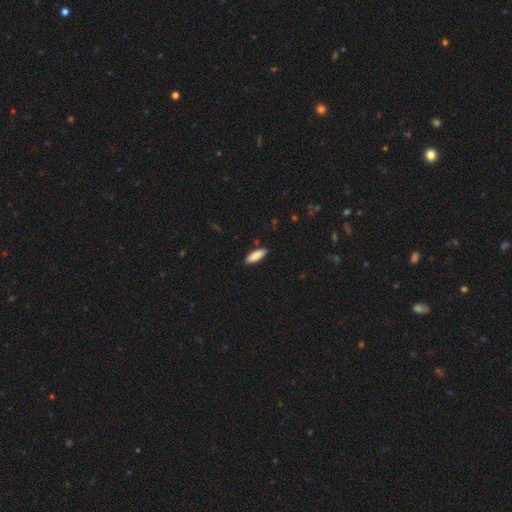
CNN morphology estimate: smooth 88%, featured or disk 6%, star or artifact 6%. Down the decision tree: how rounded — in between (66%); merging — none (88%).